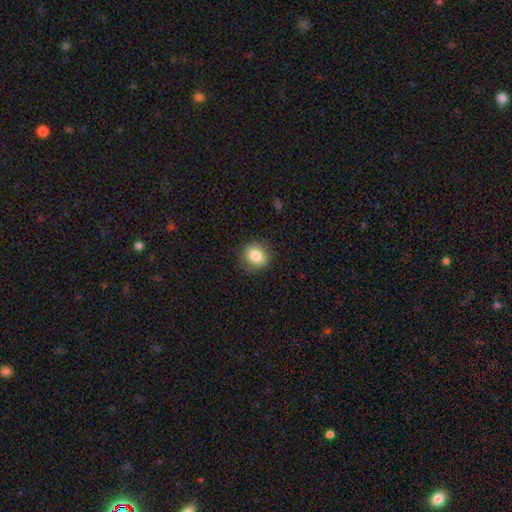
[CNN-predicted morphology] type=smooth (83%); roundness=round (64%); merging=none (83%).